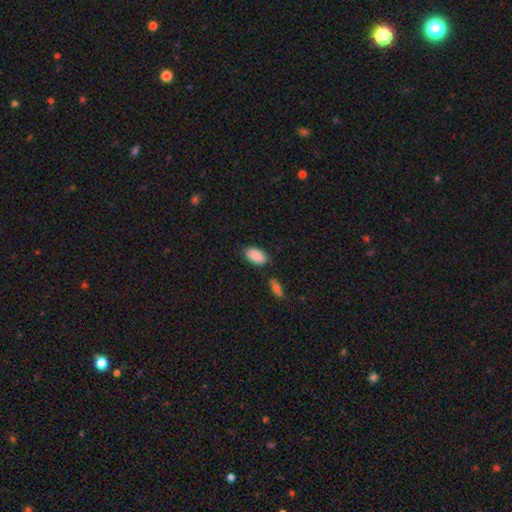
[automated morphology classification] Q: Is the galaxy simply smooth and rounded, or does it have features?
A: smooth — 90%.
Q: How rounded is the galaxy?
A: in between — 94%.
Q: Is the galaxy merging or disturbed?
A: none — 80%.